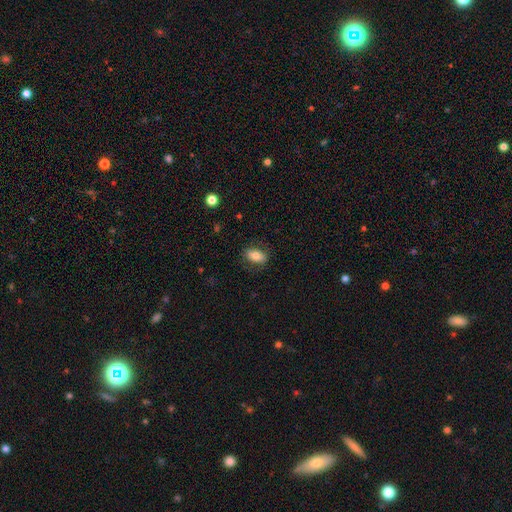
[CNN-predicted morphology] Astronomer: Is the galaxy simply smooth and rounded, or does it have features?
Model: smooth — 76%.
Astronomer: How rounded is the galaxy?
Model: in between — 88%.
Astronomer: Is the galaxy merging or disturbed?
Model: none — 80%.